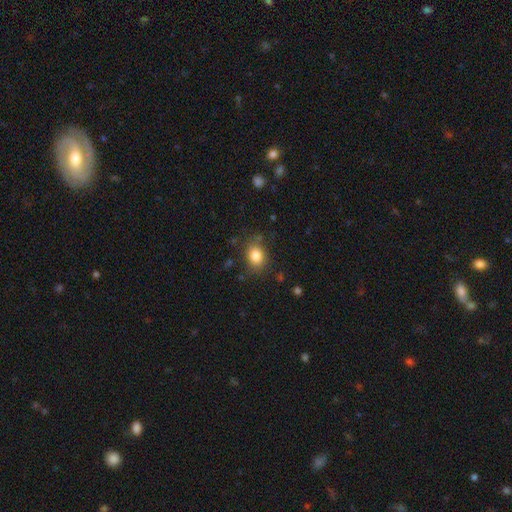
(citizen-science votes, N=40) This is clearly a smooth galaxy (88%). How rounded: possibly in between (57%). Merging: clearly none (81%).